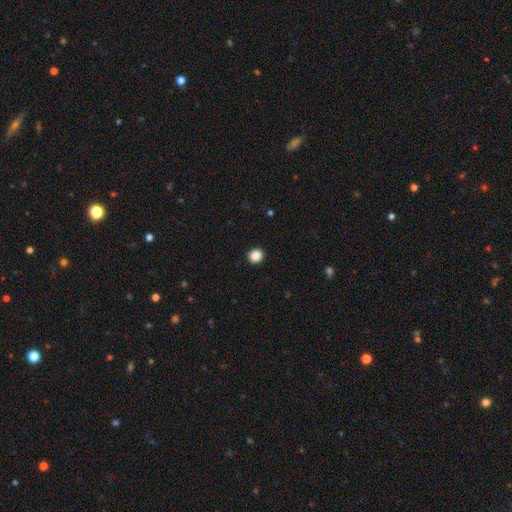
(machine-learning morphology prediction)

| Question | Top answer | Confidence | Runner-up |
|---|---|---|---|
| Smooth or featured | smooth | 88% | star or artifact (10%) |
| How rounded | round | 87% | in between (13%) |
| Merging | none | 92% | minor disturbance (5%) |